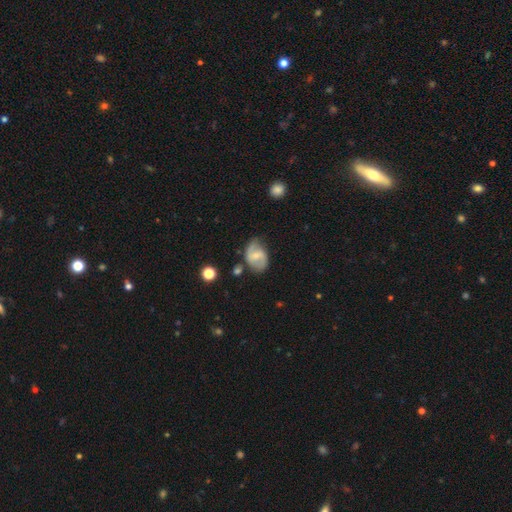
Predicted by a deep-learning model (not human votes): Smooth or featured?
  - featured or disk: 67% *
  - smooth: 26%
  - star or artifact: 7%
Edge-on disk?
  - no: 97% *
  - yes: 3%
Bar?
  - weak: 55% *
  - no: 25%
  - strong: 21%
Spiral arms?
  - yes: 87% *
  - no: 13%
Spiral winding?
  - medium: 45% *
  - loose: 36%
  - tight: 19%
Spiral arm count?
  - 2: 82% *
  - can't tell: 9%
  - 1: 6%
  - 3: 1%
  - 4: 1%
  - more than 4: 1%
Bulge size?
  - small: 52% *
  - moderate: 34%
  - none: 11%
  - large: 2%
  - dominant: 1%
Merging?
  - none: 61% *
  - minor disturbance: 25%
  - major disturbance: 9%
  - merger: 5%